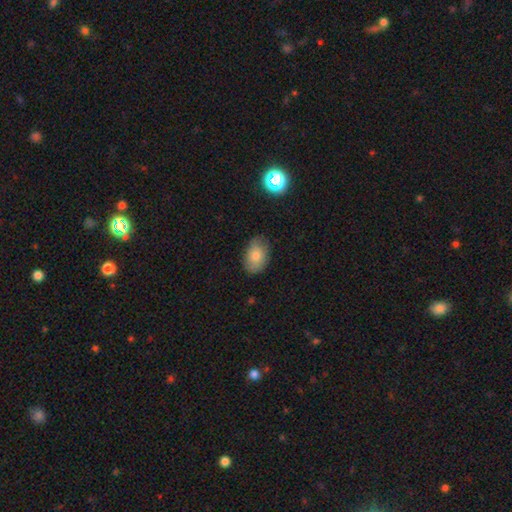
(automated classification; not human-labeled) Smooth or featured? Predicted: smooth (p=0.79). How rounded? Predicted: in between (p=0.84). Merging? Predicted: none (p=0.79).